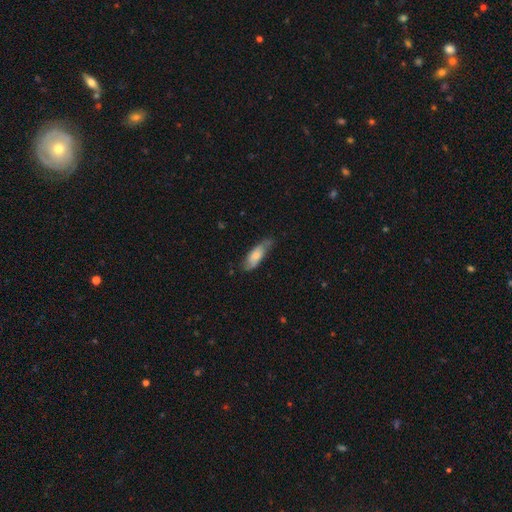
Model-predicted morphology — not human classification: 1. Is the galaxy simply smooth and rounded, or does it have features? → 63% smooth, 30% featured or disk, 6% star or artifact.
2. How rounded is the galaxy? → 67% in between, 31% cigar-shaped, 2% round.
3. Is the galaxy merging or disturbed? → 60% none, 30% minor disturbance, 7% major disturbance, 2% merger.